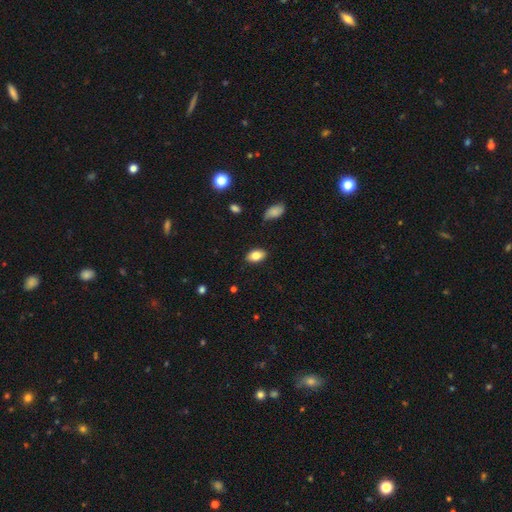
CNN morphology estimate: Smooth or featured: smooth — 82% (featured or disk — 10%)
How rounded: in between — 90% (round — 8%)
Merging: none — 86% (minor disturbance — 11%)